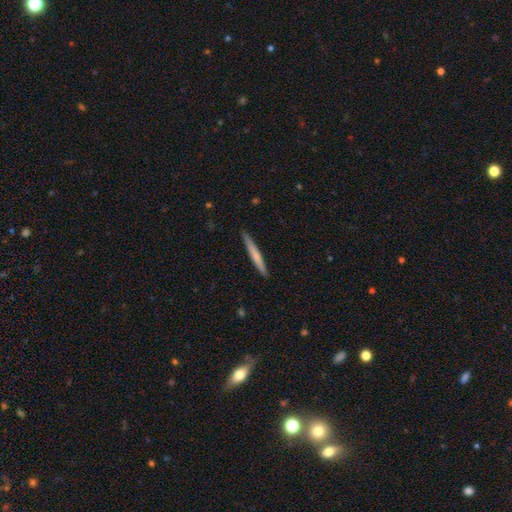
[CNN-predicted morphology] Overall: smooth (61%; featured or disk 34%). How rounded: cigar-shaped (97%). Merging: none (90%).